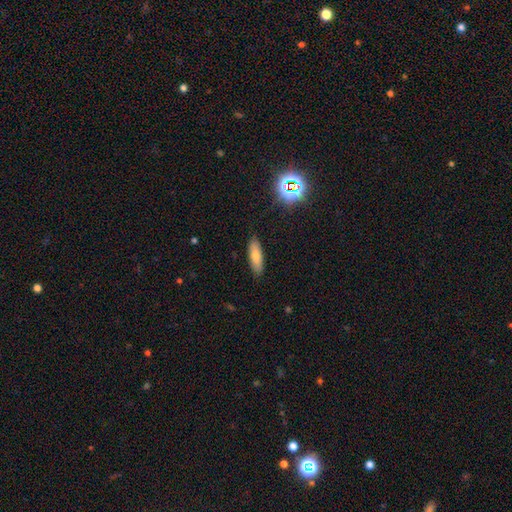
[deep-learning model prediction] This appears to be a smooth galaxy with no disk features (75%) that is in between round and cigar-shaped (52%). Merging: none (88%).